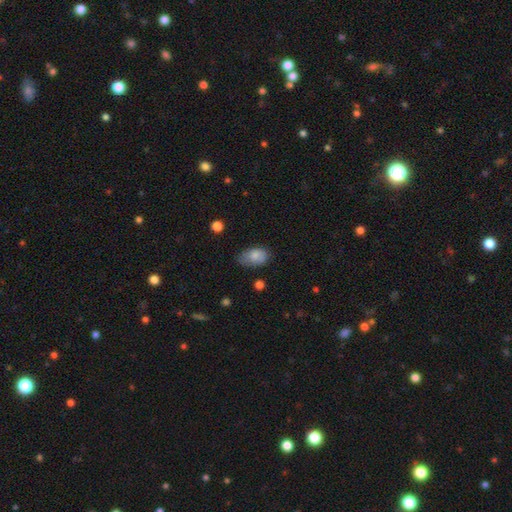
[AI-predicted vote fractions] smooth_or_featured: smooth (p=0.81) [alt: featured or disk p=0.11]
how_rounded: in between (p=0.91) [alt: round p=0.08]
merging: none (p=0.57) [alt: minor disturbance p=0.33]